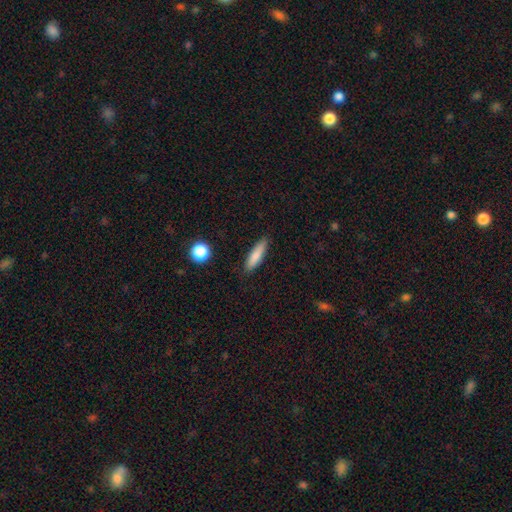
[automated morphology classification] This appears to be a smooth galaxy with no disk features (81%) that is cigar-shaped (73%). Merging: none (85%).